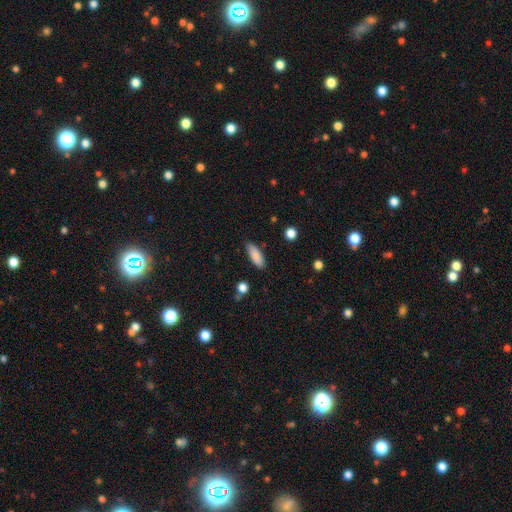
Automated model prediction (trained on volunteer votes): Smooth or featured?
  - smooth: 87% *
  - star or artifact: 7%
  - featured or disk: 6%
How rounded?
  - in between: 66% *
  - cigar-shaped: 32%
  - round: 2%
Merging?
  - none: 84% *
  - minor disturbance: 12%
  - major disturbance: 2%
  - merger: 2%